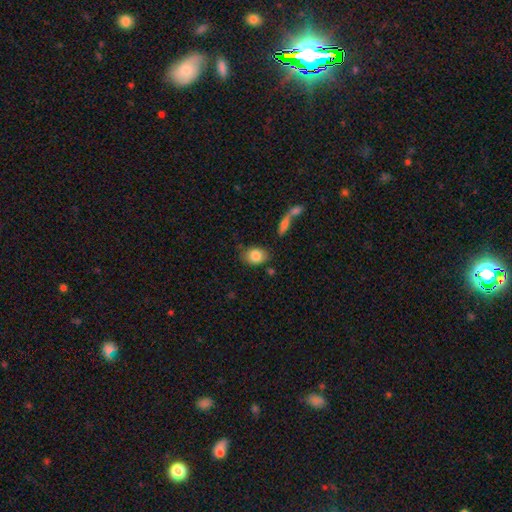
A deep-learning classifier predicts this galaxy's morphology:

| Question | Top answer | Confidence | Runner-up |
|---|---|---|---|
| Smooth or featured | smooth | 85% | featured or disk (8%) |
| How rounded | in between | 68% | round (31%) |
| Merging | none | 74% | minor disturbance (14%) |